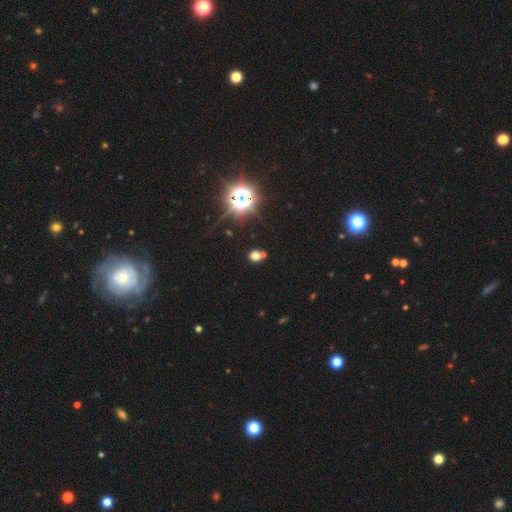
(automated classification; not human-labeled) A smooth galaxy with no disk features (60%) that is round (79%). Merging: none (70%).